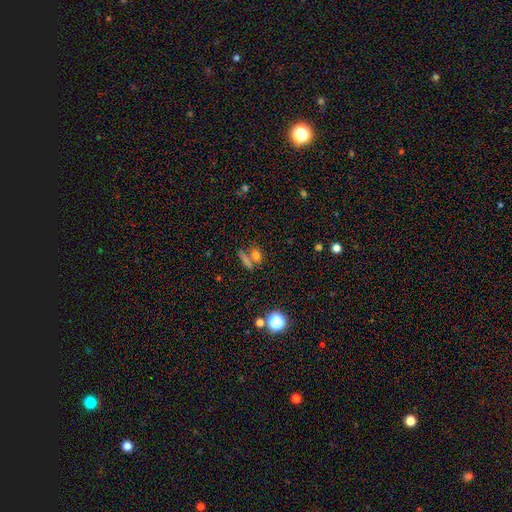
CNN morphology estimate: Overall: smooth (70%). How rounded: in between (44%; round 38%). Merging: none (53%; merger 31%).